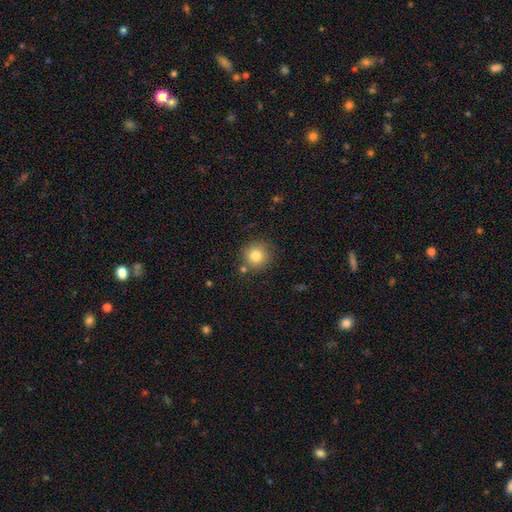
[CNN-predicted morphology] This appears to be a smooth galaxy with no disk features (81%) that is round (93%). Merging: none (81%).